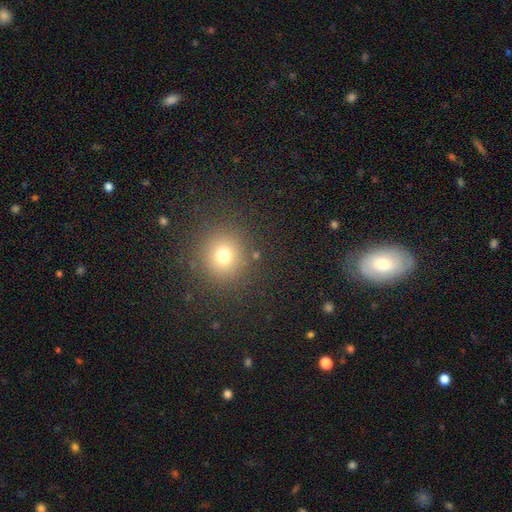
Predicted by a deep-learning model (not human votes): Smooth or featured? Predicted: smooth (p=0.72). How rounded? Predicted: round (p=0.91). Merging? Predicted: none (p=0.88).